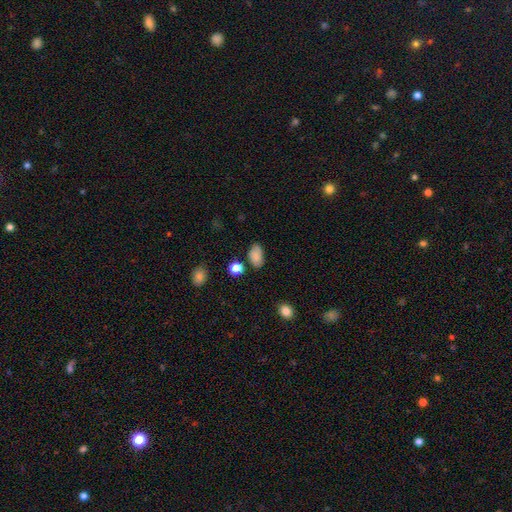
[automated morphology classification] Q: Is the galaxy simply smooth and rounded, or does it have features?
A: smooth — 83%.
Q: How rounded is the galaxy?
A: in between — 89%.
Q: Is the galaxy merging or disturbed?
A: none — 74%.